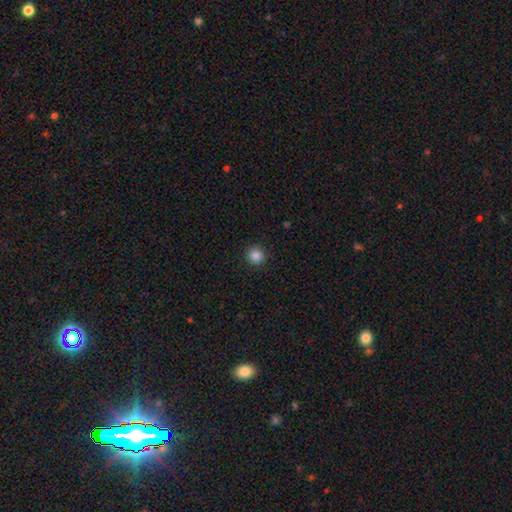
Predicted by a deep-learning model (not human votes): Overall: smooth (85%). How rounded: round (95%). Merging: none (92%).